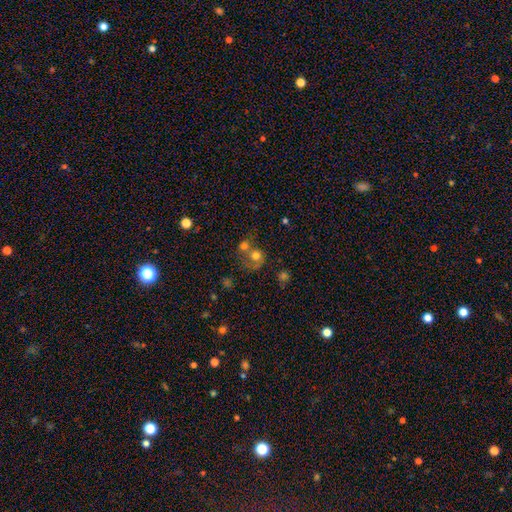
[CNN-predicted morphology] A smooth galaxy with no disk features (65%) that is round (76%). Merging: merger (55%).